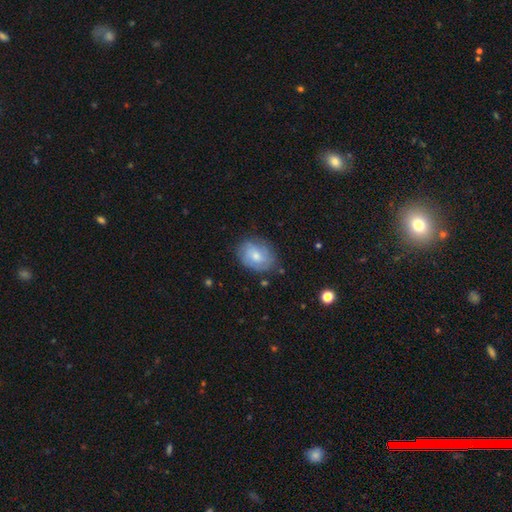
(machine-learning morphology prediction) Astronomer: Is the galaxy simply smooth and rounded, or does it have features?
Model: smooth — 47% (runner-up: featured or disk, 46%).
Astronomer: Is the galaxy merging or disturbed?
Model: none — 74%.